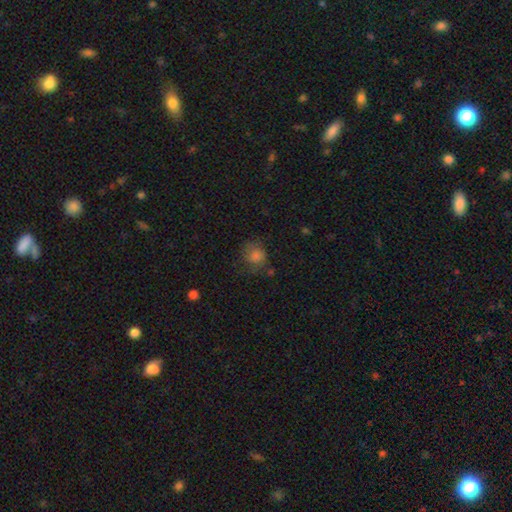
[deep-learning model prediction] This appears to be a smooth galaxy with no disk features (75%) that is round (74%). Merging: none (61%).